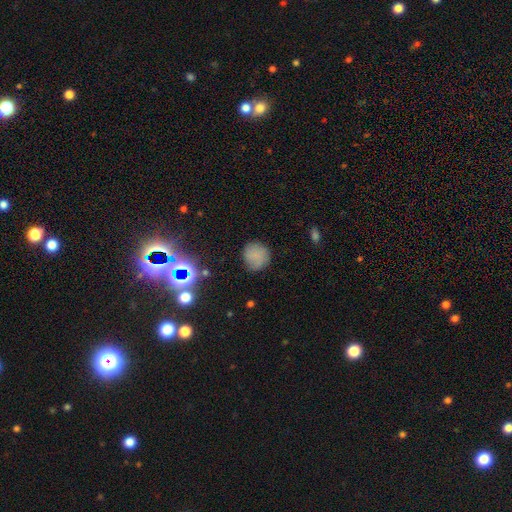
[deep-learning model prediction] smooth-or-featured: smooth: 75% | star or artifact: 14% | featured or disk: 11%
  how-rounded: round: 89% | in between: 10% | cigar-shaped: 1%
  merging: none: 78% | minor disturbance: 15% | major disturbance: 5% | merger: 2%